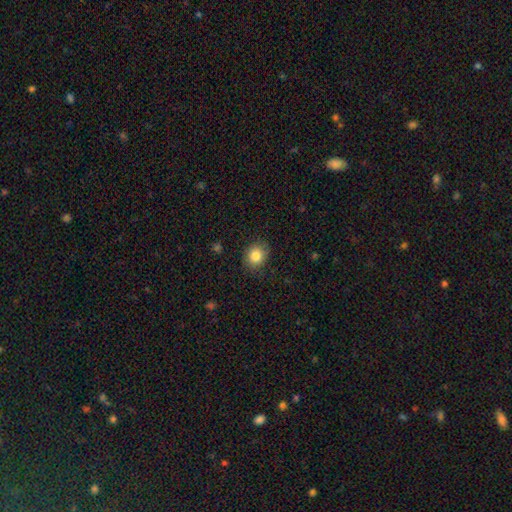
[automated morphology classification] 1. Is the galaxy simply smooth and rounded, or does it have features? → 83% smooth, 10% star or artifact, 7% featured or disk.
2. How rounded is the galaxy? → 71% round, 28% in between, 1% cigar-shaped.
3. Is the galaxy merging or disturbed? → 84% none, 12% minor disturbance, 3% major disturbance, 1% merger.